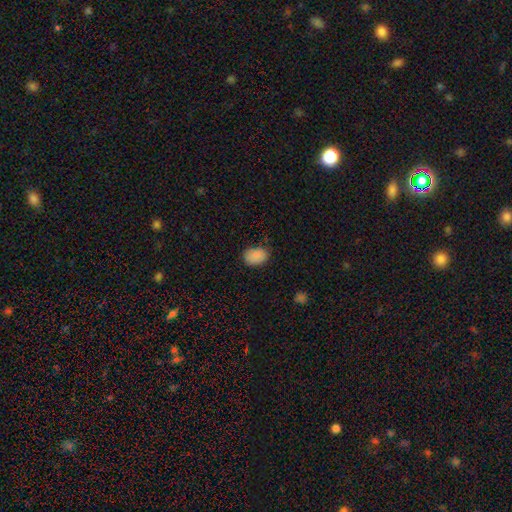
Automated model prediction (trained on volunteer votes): A smooth galaxy with no disk features (87%) that is in between round and cigar-shaped (75%).

Vote fractions:
- Smooth or featured? smooth: 87% / star or artifact: 8% / featured or disk: 5%
- How rounded? in between: 75% / round: 24% / cigar-shaped: 1%
- Merging? none: 79% / minor disturbance: 17% / major disturbance: 3% / merger: 1%